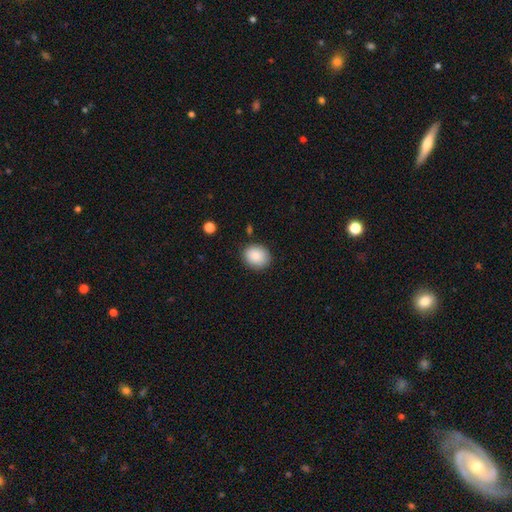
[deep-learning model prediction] Overall: smooth (87%). How rounded: round (62%; in between 37%). Merging: none (84%).